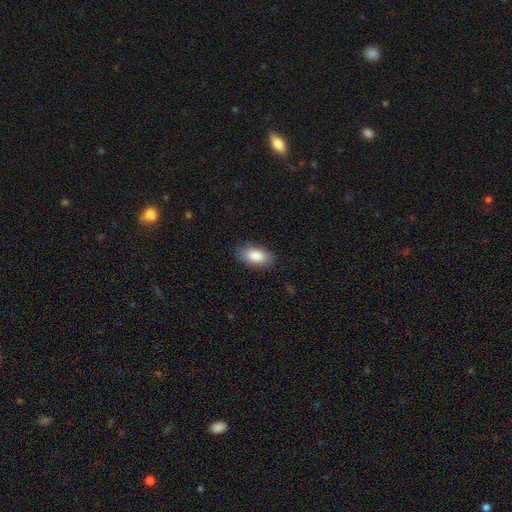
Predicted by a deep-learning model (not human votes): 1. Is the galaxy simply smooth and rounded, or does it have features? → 86% smooth, 8% featured or disk, 6% star or artifact.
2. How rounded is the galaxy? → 93% in between, 4% round, 3% cigar-shaped.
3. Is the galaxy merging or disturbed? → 86% none, 10% minor disturbance, 3% major disturbance, 1% merger.